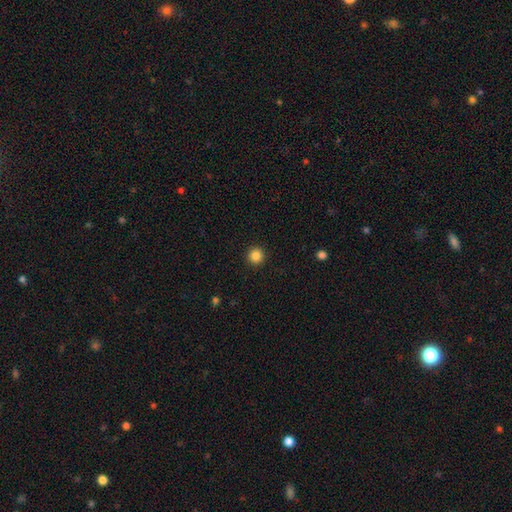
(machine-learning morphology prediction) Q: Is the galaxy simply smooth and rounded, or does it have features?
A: smooth — 86%.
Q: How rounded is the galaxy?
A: round — 96%.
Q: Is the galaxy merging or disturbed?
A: none — 93%.